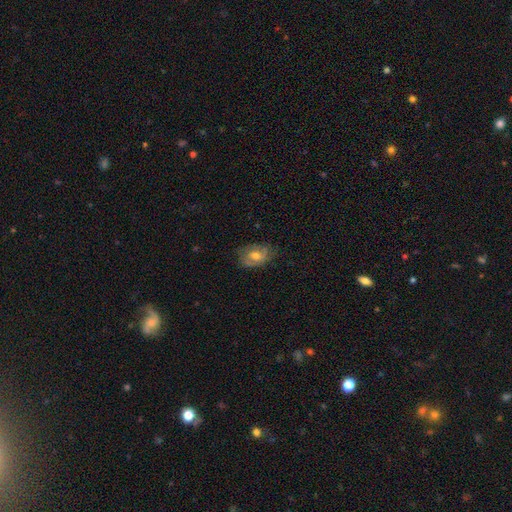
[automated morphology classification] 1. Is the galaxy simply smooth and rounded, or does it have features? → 56% featured or disk, 36% smooth, 8% star or artifact.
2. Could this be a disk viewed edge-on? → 95% no, 5% yes.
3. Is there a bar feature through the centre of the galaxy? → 54% no, 37% weak, 9% strong.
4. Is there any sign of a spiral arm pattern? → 75% yes, 25% no.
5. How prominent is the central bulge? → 71% moderate, 21% small, 6% large, 2% none, 1% dominant.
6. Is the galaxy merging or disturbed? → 69% none, 22% minor disturbance, 7% major disturbance, 1% merger.